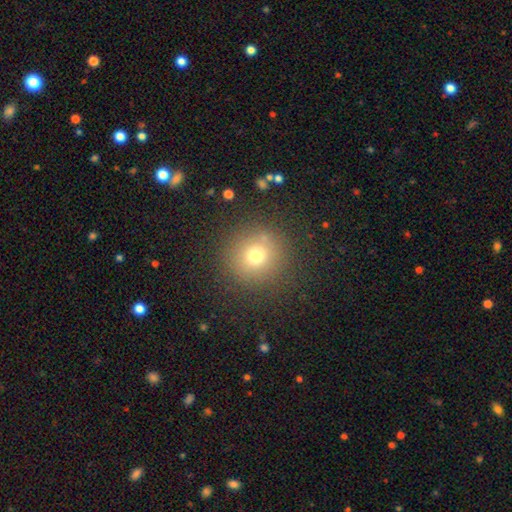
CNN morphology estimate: This appears to be a smooth galaxy with no disk features (71%) that is round (93%). Merging: none (87%).